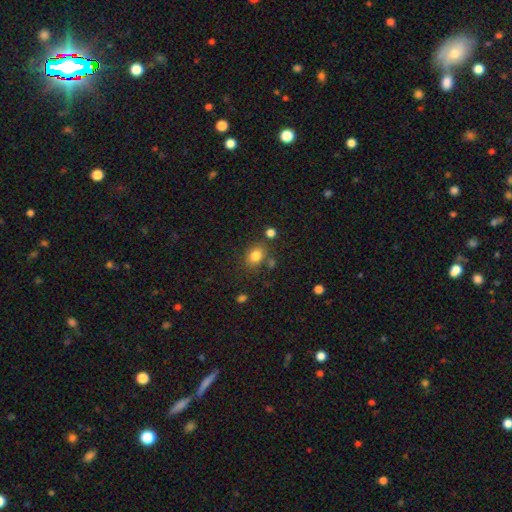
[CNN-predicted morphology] This appears to be a smooth galaxy with no disk features (82%) that is in between round and cigar-shaped (55%). Merging: none (73%).